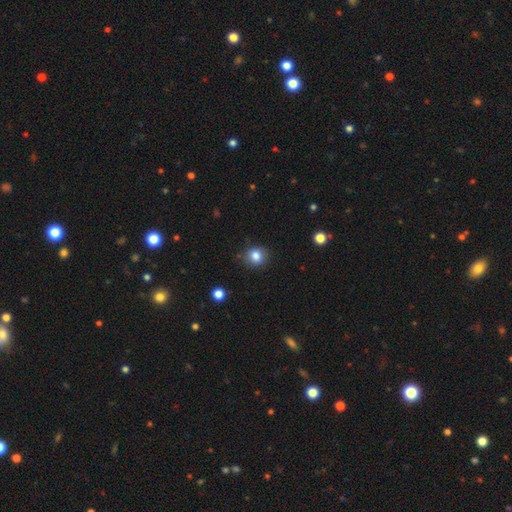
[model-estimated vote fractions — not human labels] smooth 84%, star or artifact 11%, featured or disk 5%. Down the decision tree: how rounded — round (81%); merging — none (84%).